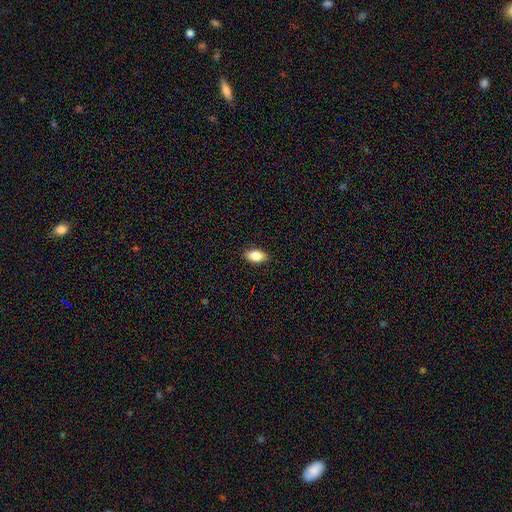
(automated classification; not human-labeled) Smooth or featured? smooth (85%)
How rounded? in between (91%)
Merging? none (88%)